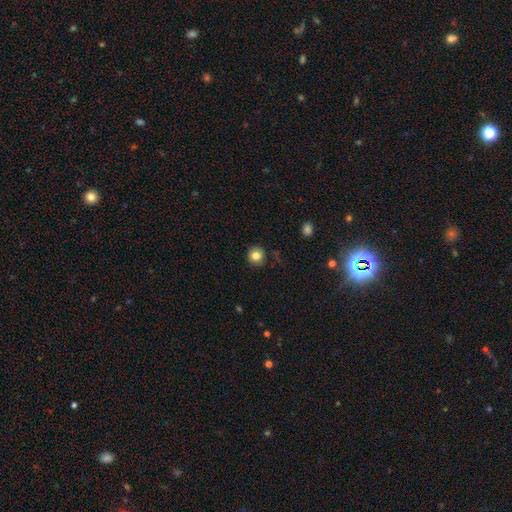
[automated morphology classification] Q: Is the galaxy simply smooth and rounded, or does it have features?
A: smooth — 81%.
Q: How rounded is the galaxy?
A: round — 90%.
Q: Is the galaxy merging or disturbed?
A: none — 88%.